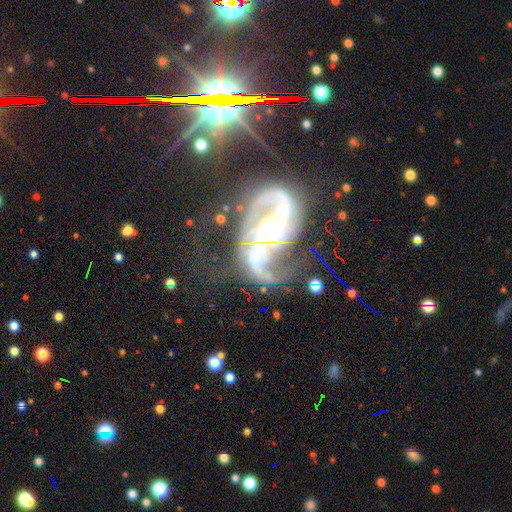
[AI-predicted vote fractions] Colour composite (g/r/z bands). It shows a featured or disk galaxy (79%) with no bar (42%), 2 (58%) loose (47%) spiral arms (81%) and a moderate central bulge (56%). Merging: none (34%).